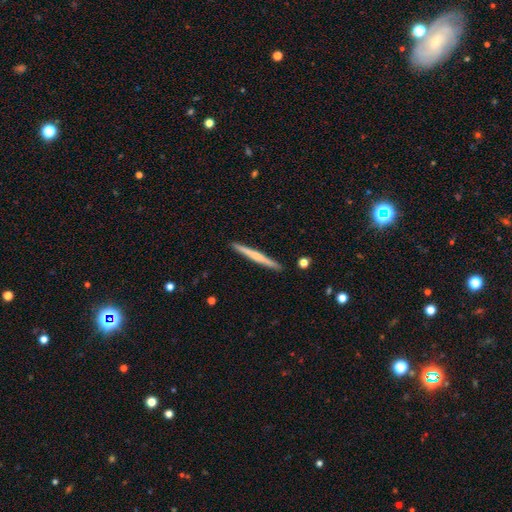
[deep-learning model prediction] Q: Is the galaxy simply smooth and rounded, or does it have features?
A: featured or disk — 54%.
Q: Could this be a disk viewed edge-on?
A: yes — 98%.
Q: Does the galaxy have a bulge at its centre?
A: none — 47%.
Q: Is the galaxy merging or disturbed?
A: none — 92%.